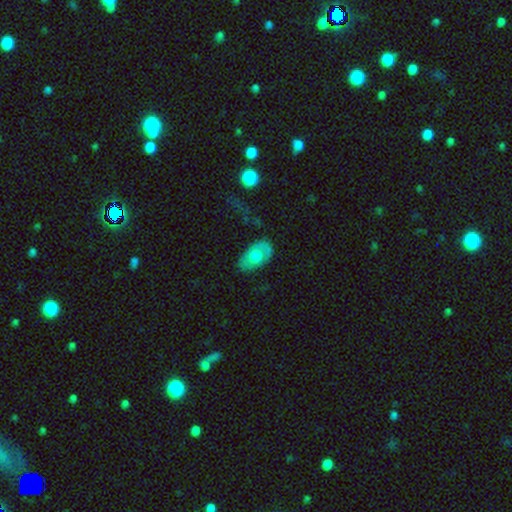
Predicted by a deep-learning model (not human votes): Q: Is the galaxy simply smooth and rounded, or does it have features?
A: smooth — 53%.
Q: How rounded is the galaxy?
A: in between — 88%.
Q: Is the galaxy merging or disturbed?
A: none — 72%.